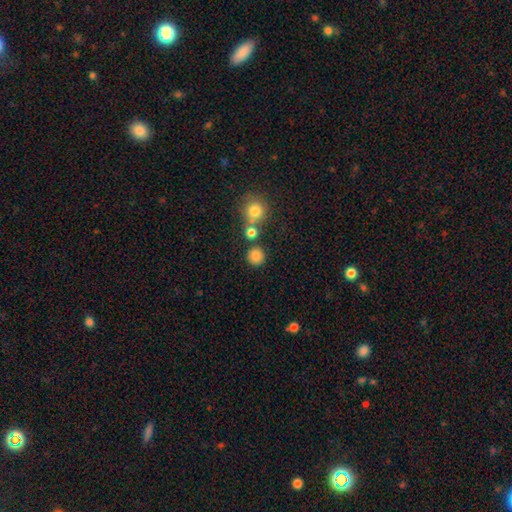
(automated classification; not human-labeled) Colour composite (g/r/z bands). It shows a smooth galaxy with no disk features (83%) that is round (93%). Merging: none (81%).